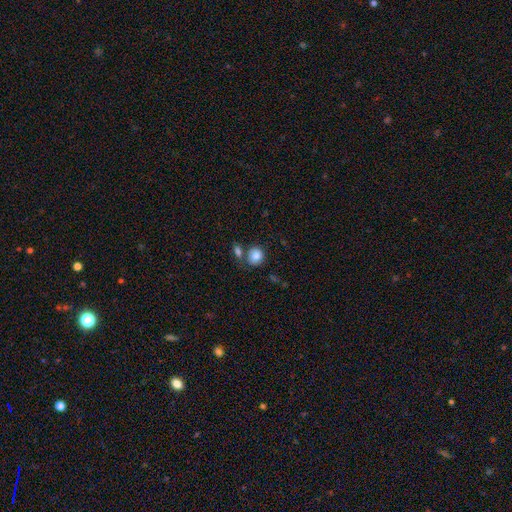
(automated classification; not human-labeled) Smooth or featured? smooth (84%)
How rounded? round (80%)
Merging? none (62%)